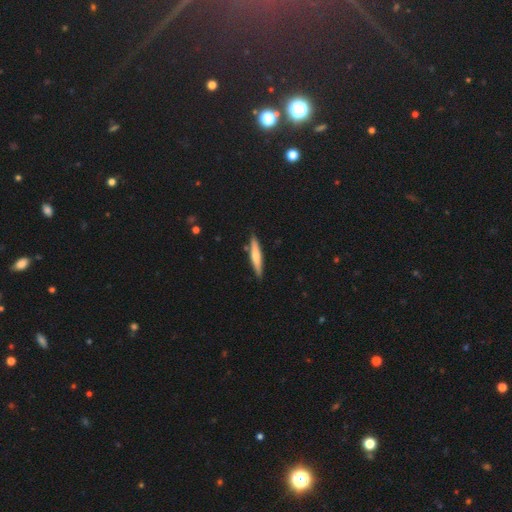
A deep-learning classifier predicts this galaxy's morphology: This is possibly a smooth galaxy (55%). How rounded: clearly cigar-shaped (91%). Merging: clearly none (87%).